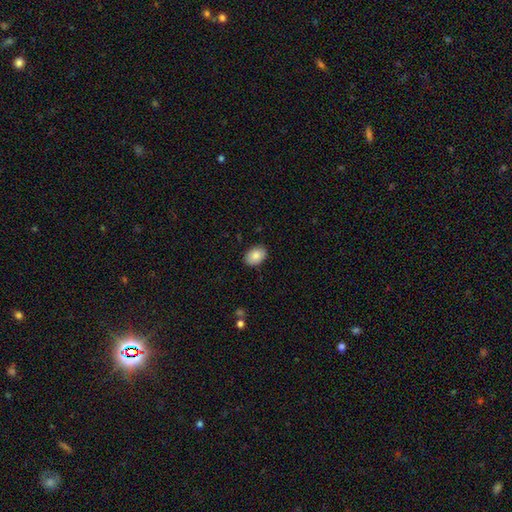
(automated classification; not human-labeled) Morphology: type=smooth (86%); roundness=in between (82%); merging=none (88%).